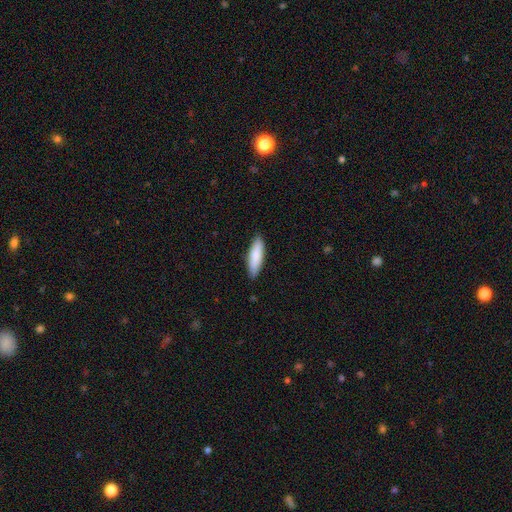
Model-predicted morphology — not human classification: Smooth or featured? Predicted: smooth (p=0.85). How rounded? Predicted: cigar-shaped (p=0.57). Merging? Predicted: none (p=0.86).